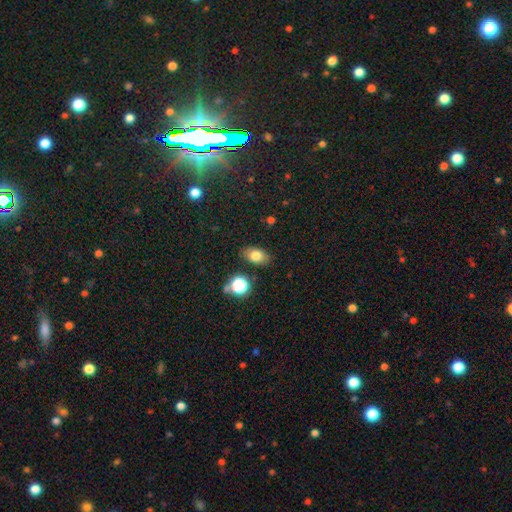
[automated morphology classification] smooth 78%, star or artifact 12%, featured or disk 11%. Down the decision tree: how rounded — in between (84%); merging — none (85%).